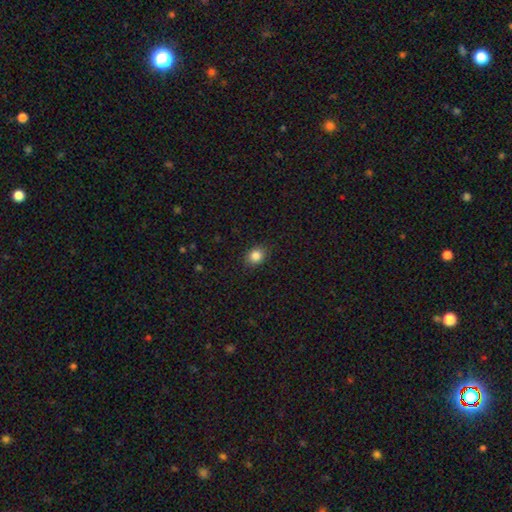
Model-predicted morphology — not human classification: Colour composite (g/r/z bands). It shows a smooth galaxy with no disk features (85%) that is round (61%). Merging: none (87%).